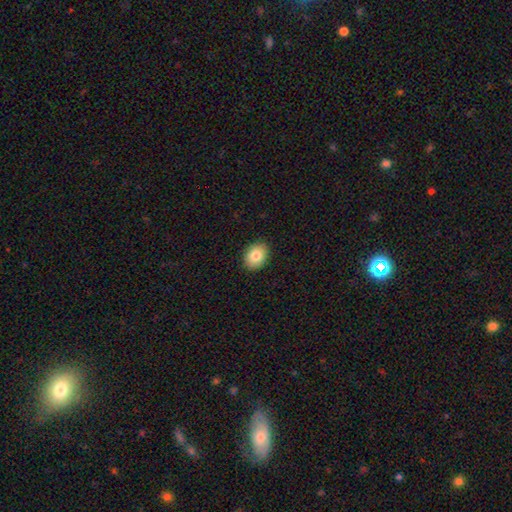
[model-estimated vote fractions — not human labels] Morphology: type=smooth (82%); roundness=in between (71%); merging=none (90%).